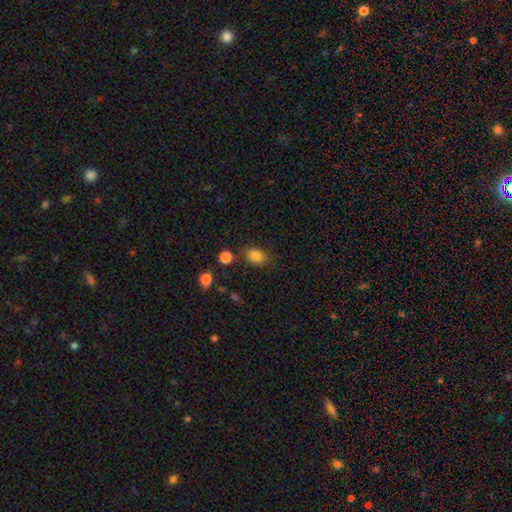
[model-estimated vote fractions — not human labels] Smooth or featured? smooth (84%)
How rounded? in between (77%)
Merging? none (78%)